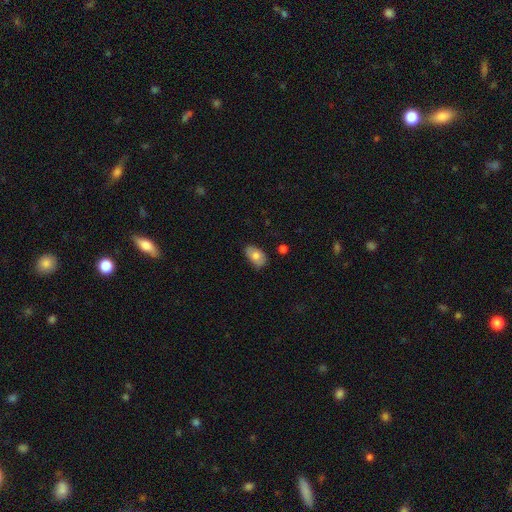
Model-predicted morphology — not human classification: The model was most divided on "merging": none: 76%, minor disturbance: 19%, major disturbance: 3%, merger: 2%. More confident: how rounded — in between (92%); smooth or featured — smooth (76%).